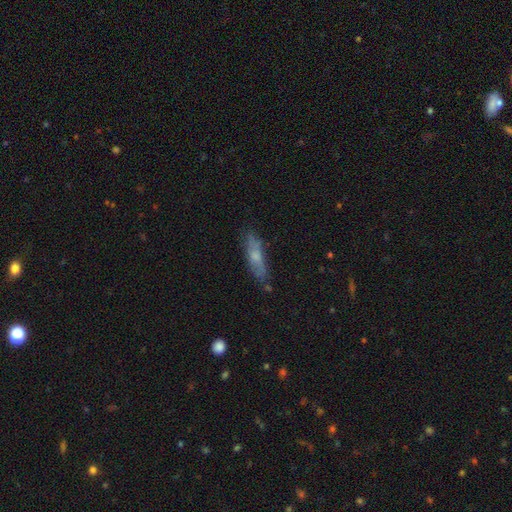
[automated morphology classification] A smooth galaxy with no disk features (54%) that is cigar-shaped (64%). Merging: none (70%).